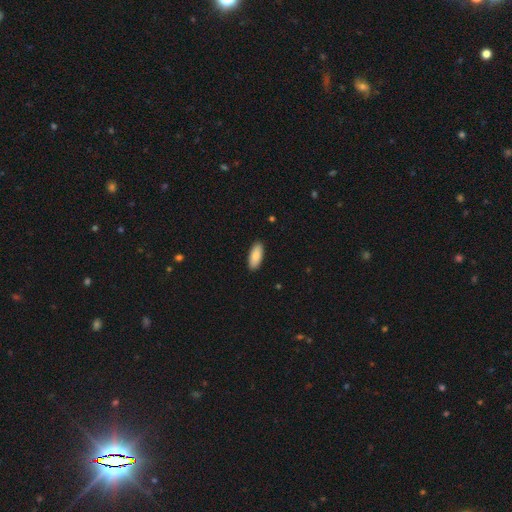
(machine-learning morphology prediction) A smooth galaxy with no disk features (88%) that is in between round and cigar-shaped (85%). Merging: none (90%).